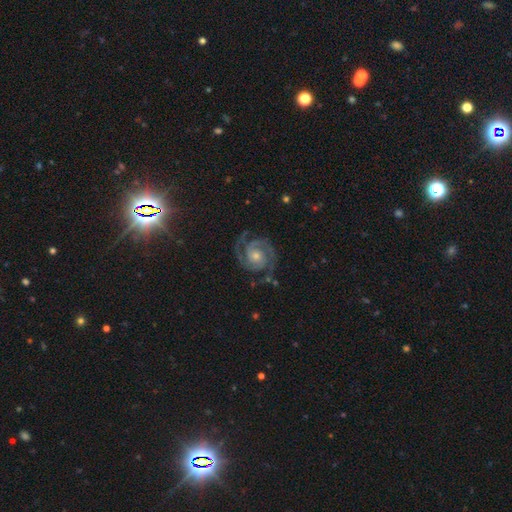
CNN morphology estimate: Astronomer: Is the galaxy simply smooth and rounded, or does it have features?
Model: featured or disk — 89%.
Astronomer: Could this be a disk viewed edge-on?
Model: no — 98%.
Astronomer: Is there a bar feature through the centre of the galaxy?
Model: no — 69%.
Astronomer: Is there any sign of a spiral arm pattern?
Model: yes — 98%.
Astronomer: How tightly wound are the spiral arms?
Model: tight — 63%.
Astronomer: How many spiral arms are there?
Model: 2 — 70%.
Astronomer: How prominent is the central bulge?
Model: moderate — 51% (runner-up: small, 42%).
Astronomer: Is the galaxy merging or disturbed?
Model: none — 80%.